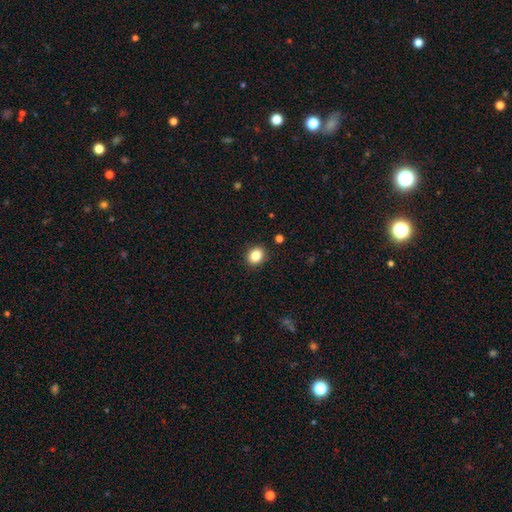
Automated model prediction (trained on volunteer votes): Smooth or featured? Predicted: smooth (p=0.85). How rounded? Predicted: round (p=0.59). Merging? Predicted: none (p=0.90).